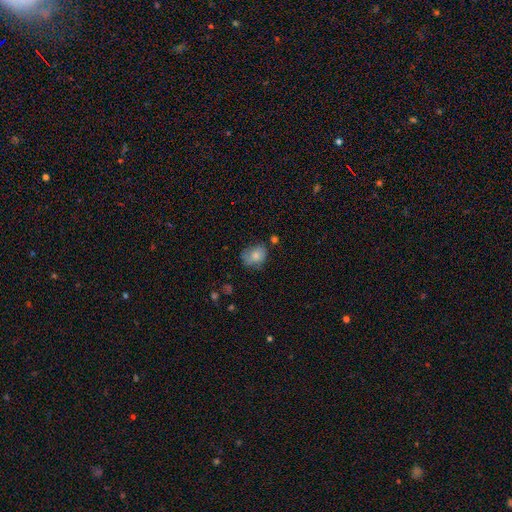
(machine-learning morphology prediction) Smooth or featured: smooth — 76% (featured or disk — 16%)
How rounded: in between — 51% (round — 48%)
Merging: none — 54% (minor disturbance — 30%)